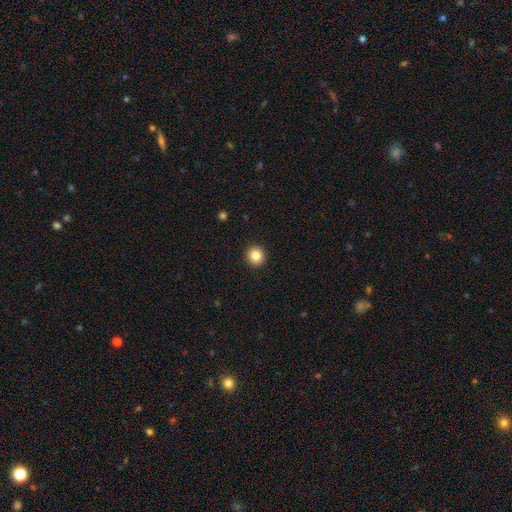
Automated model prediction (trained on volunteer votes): Smooth or featured: smooth — 85% (star or artifact — 10%)
How rounded: round — 93% (in between — 7%)
Merging: none — 93% (minor disturbance — 5%)